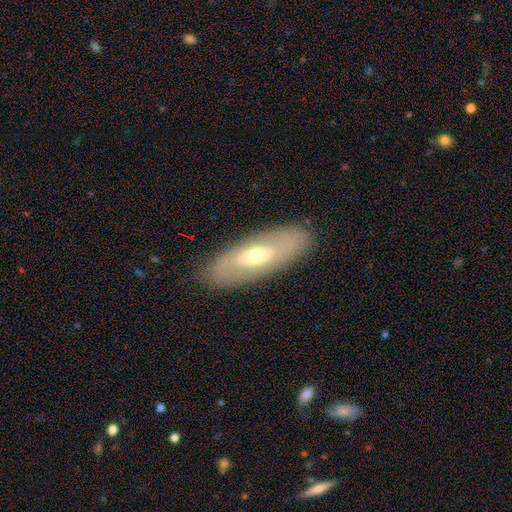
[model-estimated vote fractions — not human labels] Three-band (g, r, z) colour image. It shows a featured or disk galaxy (60%). Merging: none (87%).